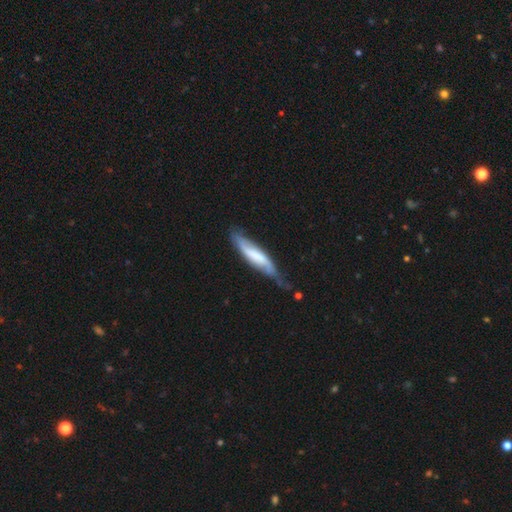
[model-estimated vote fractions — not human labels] featured or disk 49%, smooth 45%, star or artifact 6%. Down the decision tree: merging — none (45%).